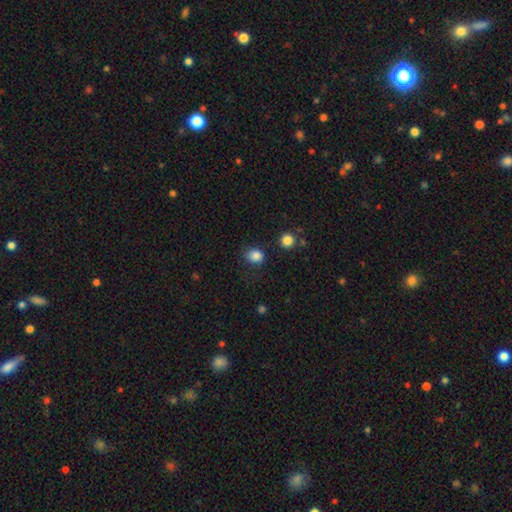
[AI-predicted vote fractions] A smooth galaxy with no disk features (84%) that is round (63%).

Vote fractions:
- Smooth or featured? smooth: 84% / star or artifact: 12% / featured or disk: 4%
- How rounded? round: 63% / in between: 36% / cigar-shaped: 1%
- Merging? none: 74% / minor disturbance: 17% / major disturbance: 5% / merger: 4%